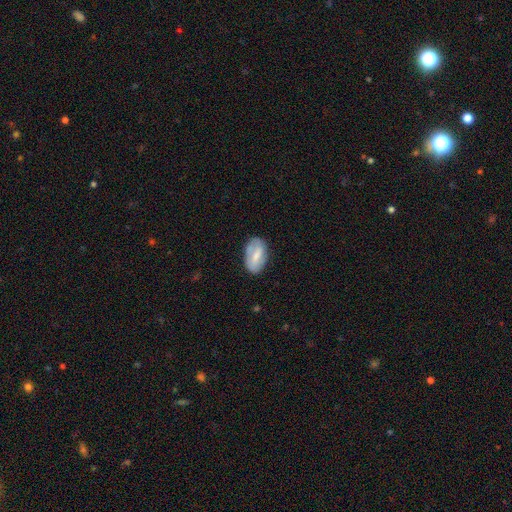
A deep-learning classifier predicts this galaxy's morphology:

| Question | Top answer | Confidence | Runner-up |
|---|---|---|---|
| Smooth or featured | smooth | 62% | featured or disk (32%) |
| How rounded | in between | 93% | round (4%) |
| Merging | none | 72% | minor disturbance (20%) |